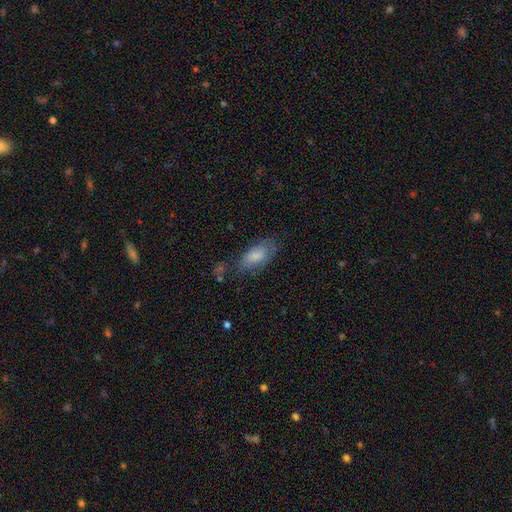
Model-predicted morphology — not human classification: Overall: smooth (79%). How rounded: in between (87%). Merging: none (62%; minor disturbance 25%).